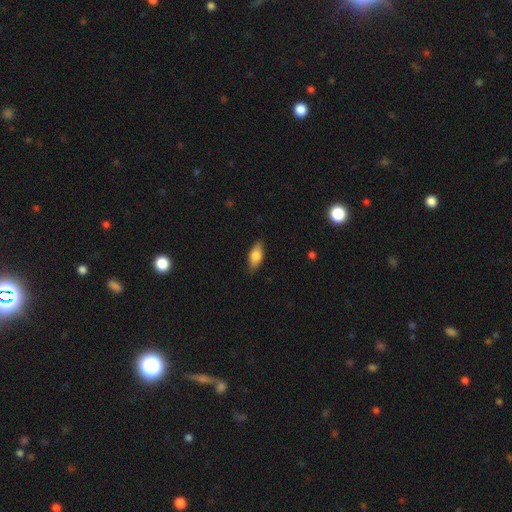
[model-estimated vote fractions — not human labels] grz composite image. It shows a smooth galaxy with no disk features (75%) that is in between round and cigar-shaped (83%). Merging: none (85%).